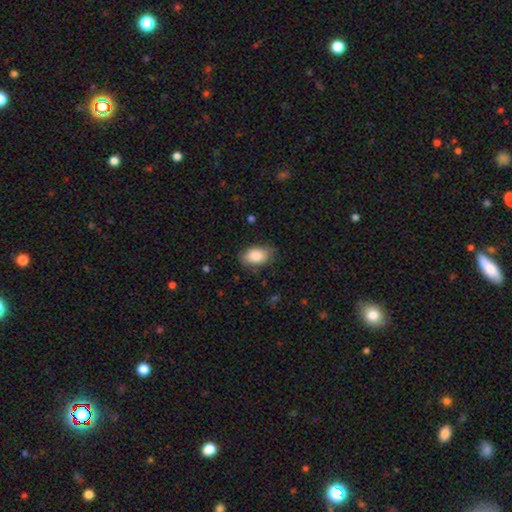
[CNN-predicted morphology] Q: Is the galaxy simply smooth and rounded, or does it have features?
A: smooth — 86%.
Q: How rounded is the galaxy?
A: in between — 91%.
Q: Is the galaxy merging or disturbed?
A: none — 78%.